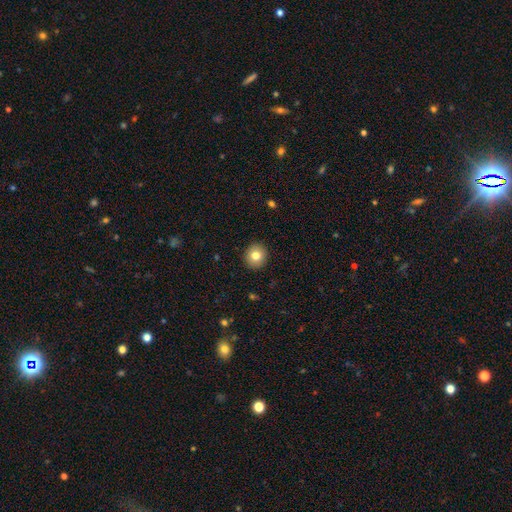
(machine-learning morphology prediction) A smooth galaxy with no disk features (80%) that is round (86%). Merging: none (92%).